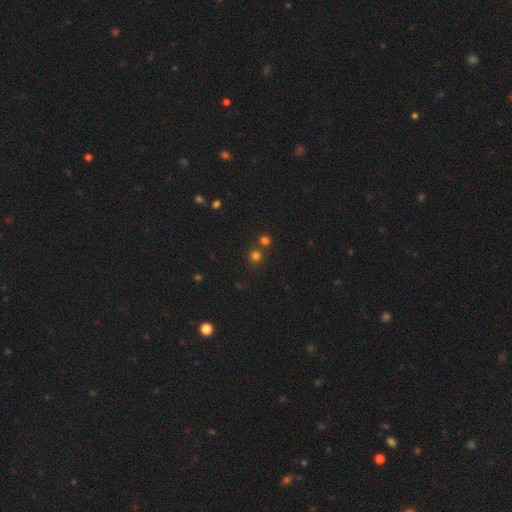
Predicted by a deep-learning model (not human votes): Q: Smooth or featured?
A: smooth (72%); runner-up: star or artifact (22%)
Q: How rounded?
A: round (92%); runner-up: in between (7%)
Q: Merging?
A: none (71%); runner-up: merger (21%)